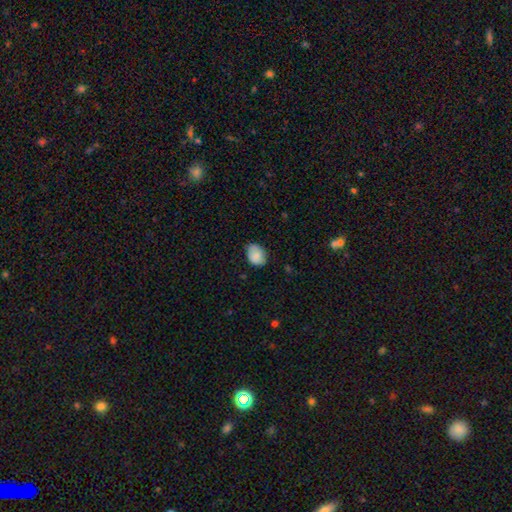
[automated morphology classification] This appears to be a smooth galaxy with no disk features (82%) that is in between round and cigar-shaped (70%). Merging: none (72%).